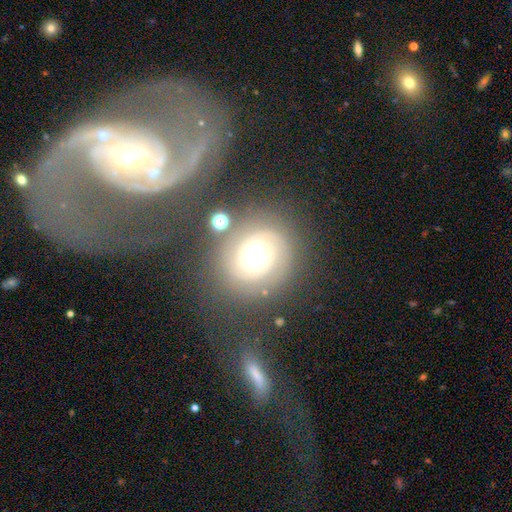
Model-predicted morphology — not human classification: The model was most divided on "bulge size": moderate: 51%, large: 34%, small: 7%, dominant: 7%, none: 2%. More confident: edge-on disk — no (97%); spiral arms — yes (90%); smooth or featured — featured or disk (74%); merging — none (72%); bar — no (72%); spiral winding — tight (71%); spiral arm count — 2 (65%).